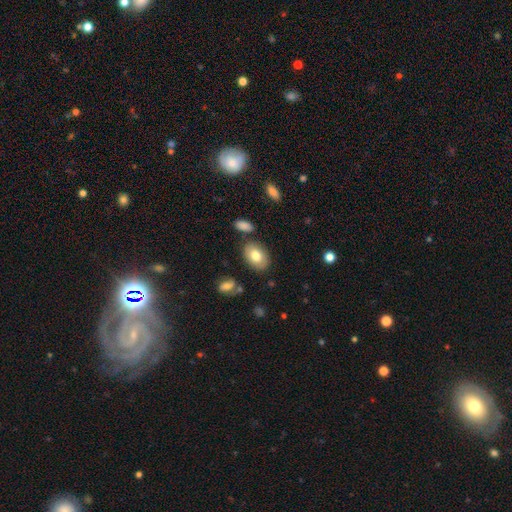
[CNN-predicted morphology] Smooth or featured? Predicted: smooth (p=0.75). How rounded? Predicted: in between (p=0.86). Merging? Predicted: none (p=0.81).